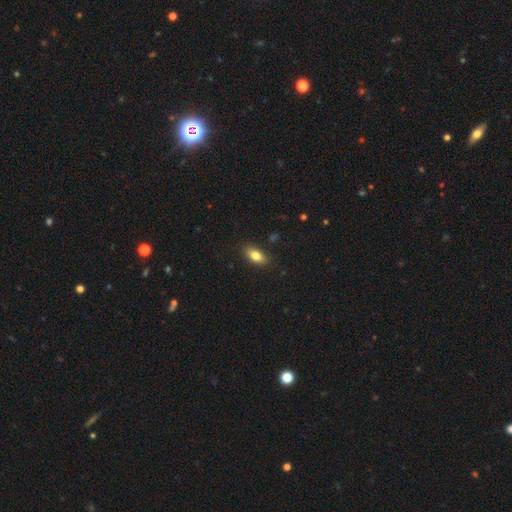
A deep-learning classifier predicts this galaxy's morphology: A smooth galaxy with no disk features (81%) that is in between round and cigar-shaped (87%). Merging: none (86%).